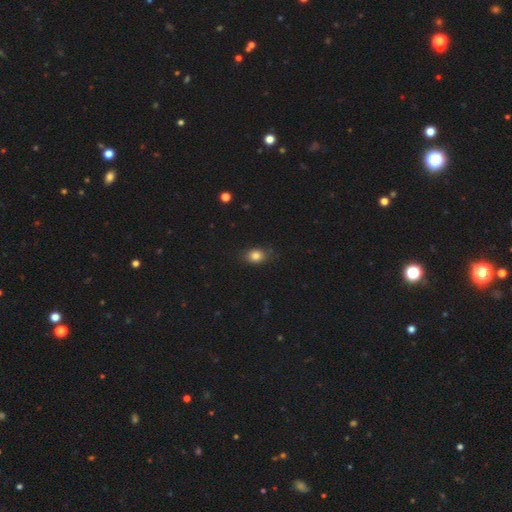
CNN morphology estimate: smooth-or-featured: smooth: 83% | star or artifact: 11% | featured or disk: 6%
  how-rounded: in between: 58% | round: 41% | cigar-shaped: 1%
  merging: none: 79% | minor disturbance: 16% | major disturbance: 3% | merger: 1%